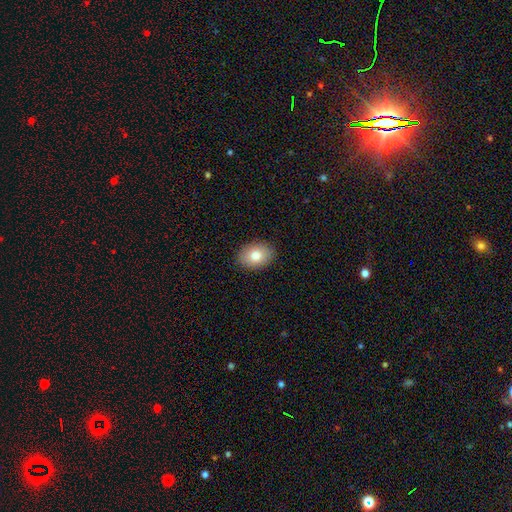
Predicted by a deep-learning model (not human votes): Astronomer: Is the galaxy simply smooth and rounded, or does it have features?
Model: smooth — 80%.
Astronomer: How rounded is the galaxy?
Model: in between — 73%.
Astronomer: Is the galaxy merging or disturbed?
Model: none — 89%.